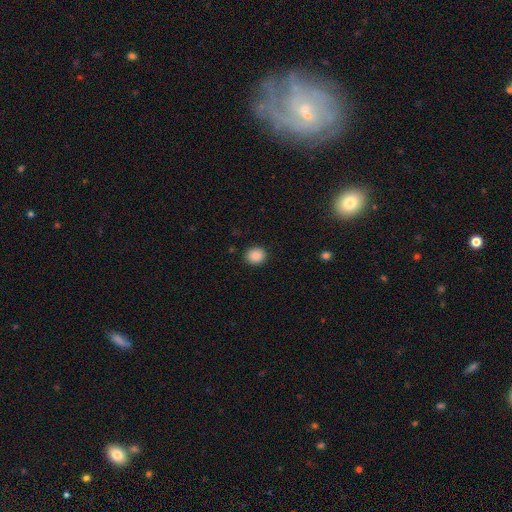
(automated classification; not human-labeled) A smooth galaxy with no disk features (87%) that is round (79%). Merging: none (91%).